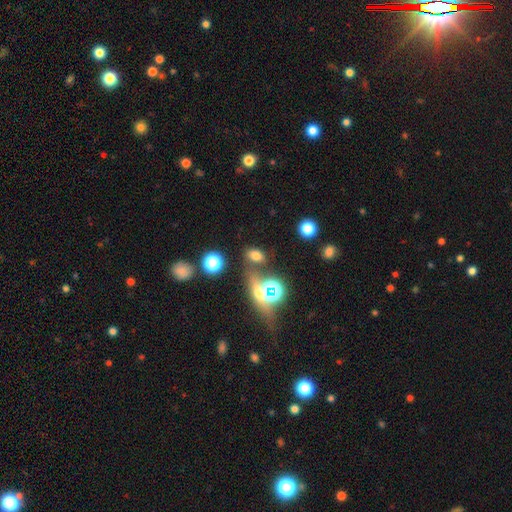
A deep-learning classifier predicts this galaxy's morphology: Smooth or featured?
  - smooth: 66% *
  - star or artifact: 25%
  - featured or disk: 9%
How rounded?
  - in between: 82% *
  - round: 14%
  - cigar-shaped: 4%
Merging?
  - none: 67% *
  - minor disturbance: 13%
  - merger: 13%
  - major disturbance: 7%